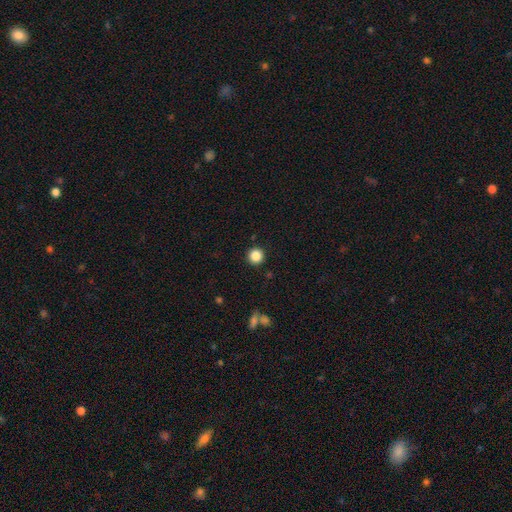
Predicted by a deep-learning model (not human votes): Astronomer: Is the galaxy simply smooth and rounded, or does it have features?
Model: smooth — 86%.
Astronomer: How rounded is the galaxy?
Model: round — 96%.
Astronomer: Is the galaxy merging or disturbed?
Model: none — 92%.